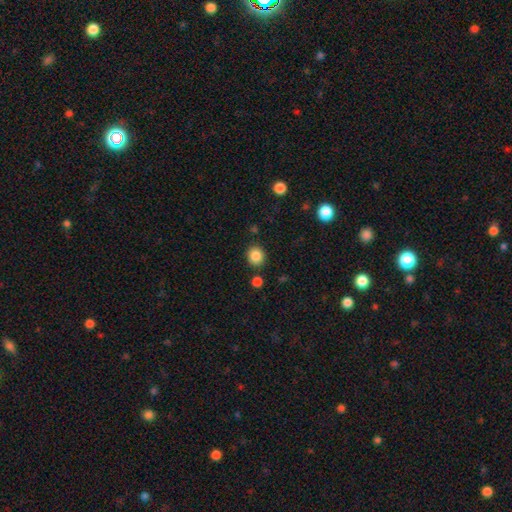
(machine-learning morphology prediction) Smooth or featured: smooth — 86% (star or artifact — 10%)
How rounded: round — 80% (in between — 19%)
Merging: none — 85% (minor disturbance — 8%)